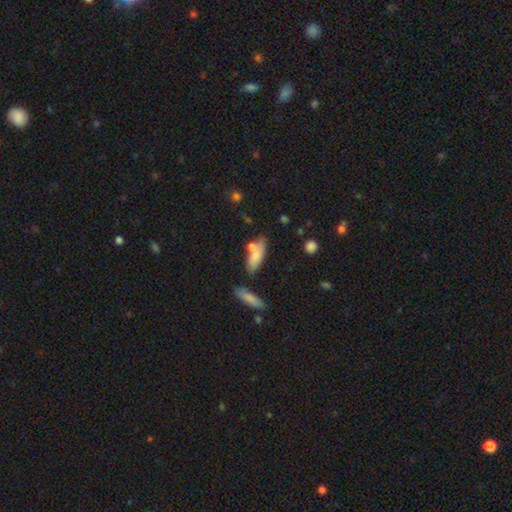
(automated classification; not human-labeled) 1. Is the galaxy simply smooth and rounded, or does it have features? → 75% smooth, 17% featured or disk, 8% star or artifact.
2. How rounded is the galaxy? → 65% in between, 32% cigar-shaped, 3% round.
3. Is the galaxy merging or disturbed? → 56% none, 20% merger, 18% minor disturbance, 6% major disturbance.